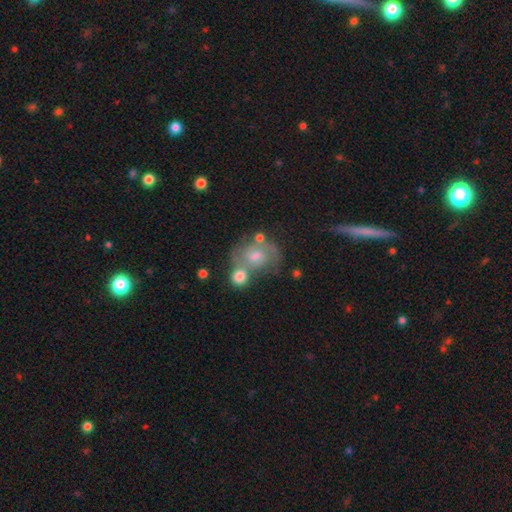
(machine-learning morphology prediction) This is likely a featured or disk galaxy (66%). It is clearly not viewed edge-on (97%). Bar: likely no (62%). Spiral arm pattern: clearly yes (84%). Spiral arm count: likely 2 (67%). Spiral winding: possibly medium (46%). Central bulge: possibly moderate (52%). Merging: marginally none (41%).